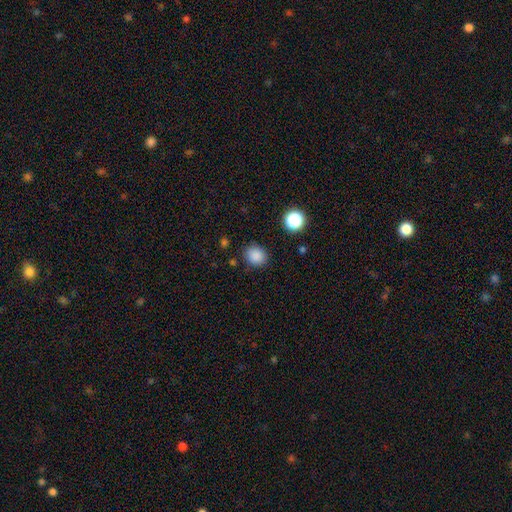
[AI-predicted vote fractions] smooth_or_featured: smooth (p=0.85) [alt: star or artifact p=0.11]
how_rounded: round (p=0.70) [alt: in between p=0.29]
merging: none (p=0.85) [alt: minor disturbance p=0.11]